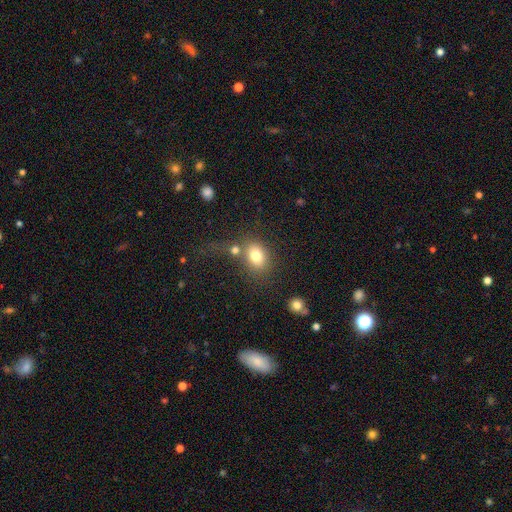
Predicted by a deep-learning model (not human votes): Morphology: type=smooth (79%); roundness=in between (68%); merging=none (56%).